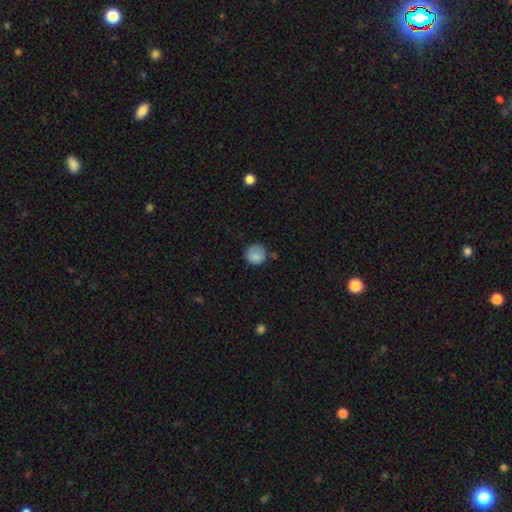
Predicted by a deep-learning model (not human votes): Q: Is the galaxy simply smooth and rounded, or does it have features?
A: smooth — 84%.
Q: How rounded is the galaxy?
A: round — 89%.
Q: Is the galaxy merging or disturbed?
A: none — 71%.